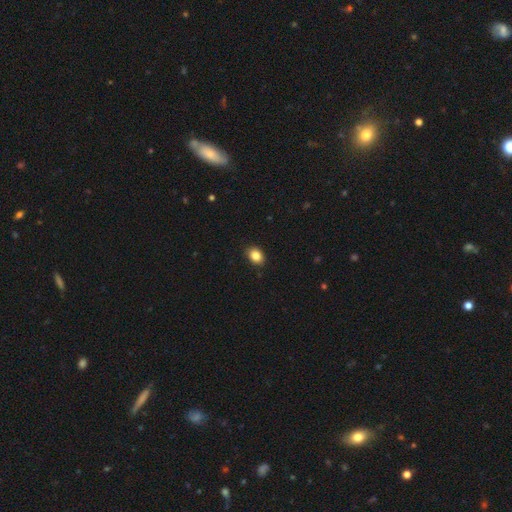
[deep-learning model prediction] A smooth galaxy with no disk features (86%) that is in between round and cigar-shaped (71%).

Vote fractions:
- Smooth or featured? smooth: 86% / star or artifact: 9% / featured or disk: 6%
- How rounded? in between: 71% / round: 28% / cigar-shaped: 1%
- Merging? none: 89% / minor disturbance: 8% / major disturbance: 2% / merger: 1%